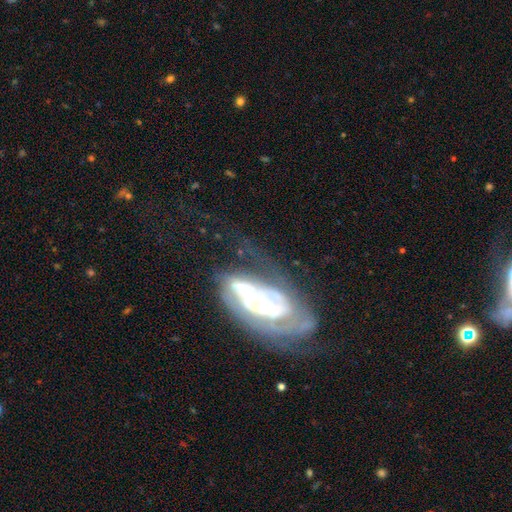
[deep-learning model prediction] smooth-or-featured: featured or disk: 81% | smooth: 10% | star or artifact: 9%
  disk-edge-on: no: 91% | yes: 9%
    bar: strong: 37% | weak: 32% | no: 31%
    has-spiral-arms: yes: 87% | no: 13%
      spiral-winding: tight: 50% | medium: 36% | loose: 14%
      spiral-arm-count: 2: 41% | can't tell: 27% | 1: 14% | 3: 9% | 4: 4% | more than 4: 4%
    bulge-size: moderate: 34% | large: 26% | small: 22% | none: 13% | dominant: 6%
  merging: none: 44% | major disturbance: 31% | minor disturbance: 20% | merger: 5%